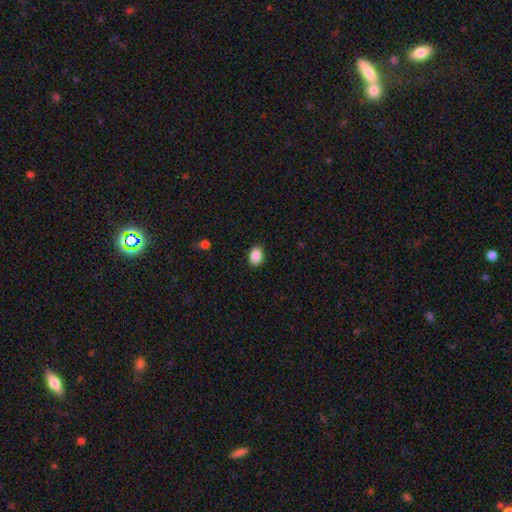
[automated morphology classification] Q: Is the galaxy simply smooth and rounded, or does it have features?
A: smooth — 89%.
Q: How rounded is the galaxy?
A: in between — 75%.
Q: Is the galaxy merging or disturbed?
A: none — 88%.